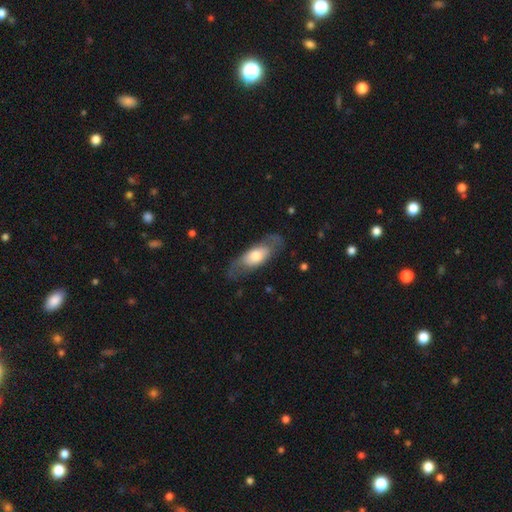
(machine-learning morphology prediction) A smooth galaxy with no disk features (52%) that is in between round and cigar-shaped (75%).

Vote fractions:
- Smooth or featured? smooth: 52% / featured or disk: 42% / star or artifact: 6%
- How rounded? in between: 75% / cigar-shaped: 21% / round: 4%
- Merging? none: 68% / minor disturbance: 20% / major disturbance: 11% / merger: 1%